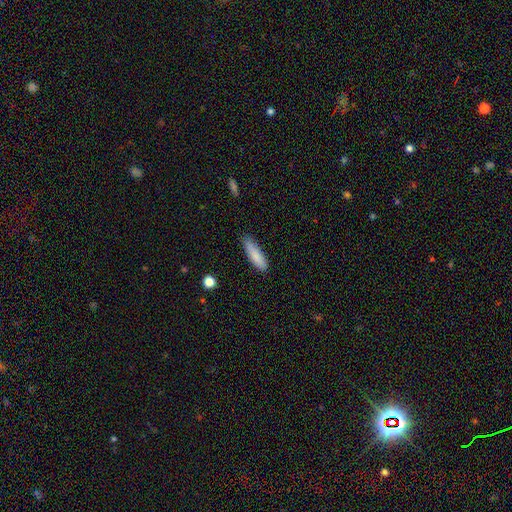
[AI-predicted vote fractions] This appears to be a smooth galaxy with no disk features (85%) that is cigar-shaped (69%). Merging: none (79%).